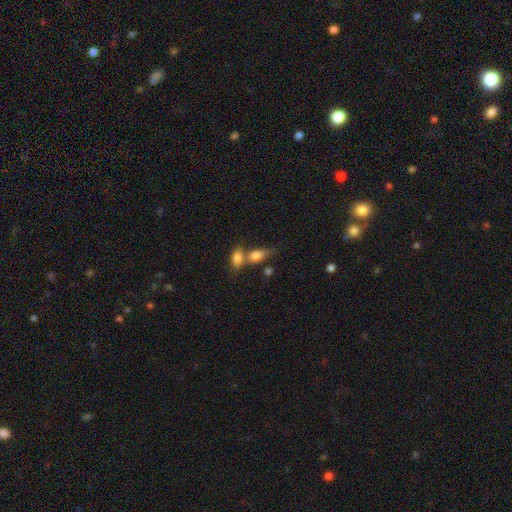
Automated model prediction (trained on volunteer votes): A smooth galaxy with no disk features (77%) that is in between round and cigar-shaped (80%).

Vote fractions:
- Smooth or featured? smooth: 77% / featured or disk: 14% / star or artifact: 9%
- How rounded? in between: 80% / cigar-shaped: 12% / round: 8%
- Merging? merger: 51% / none: 33% / minor disturbance: 11% / major disturbance: 5%